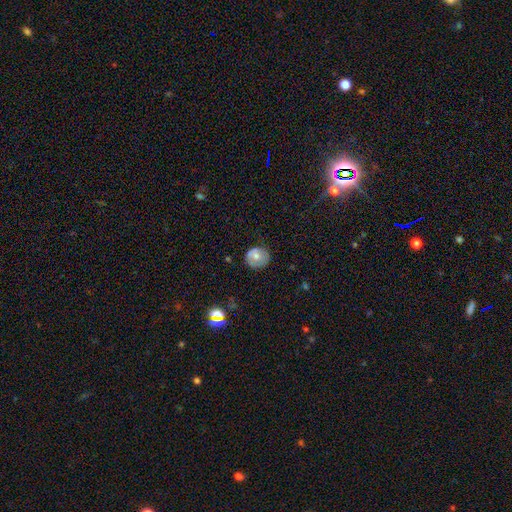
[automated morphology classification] Smooth or featured: smooth — 56% (featured or disk — 35%)
How rounded: round — 80% (in between — 19%)
Merging: none — 75% (minor disturbance — 19%)